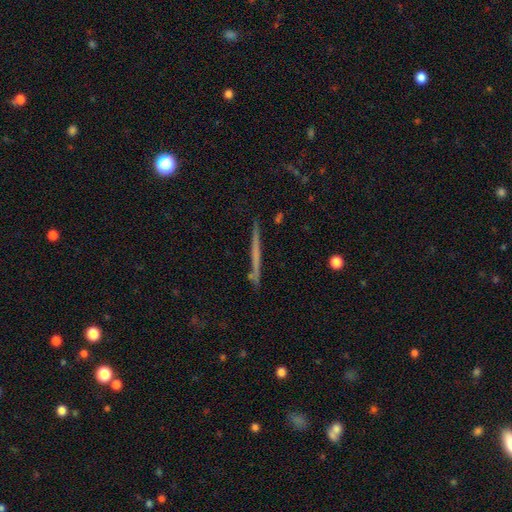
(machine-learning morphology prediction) smooth_or_featured: featured or disk (p=0.52) [alt: smooth p=0.40]
disk_edge_on: yes (p=0.97) [alt: no p=0.03]
merging: none (p=0.89) [alt: minor disturbance p=0.08]